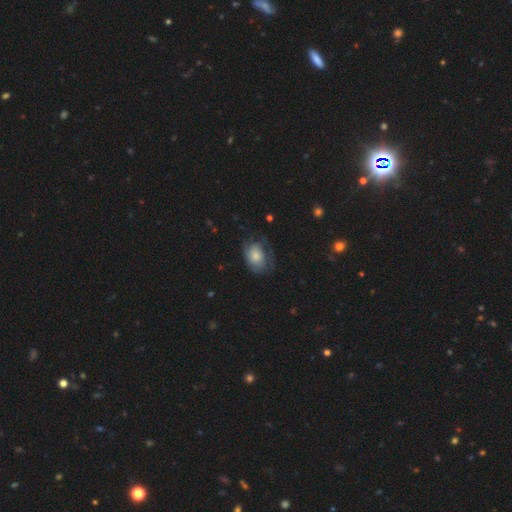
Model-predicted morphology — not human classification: smooth_or_featured: smooth (p=0.62) [alt: featured or disk p=0.31]
how_rounded: in between (p=0.74) [alt: round p=0.25]
merging: none (p=0.48) [alt: minor disturbance p=0.28]